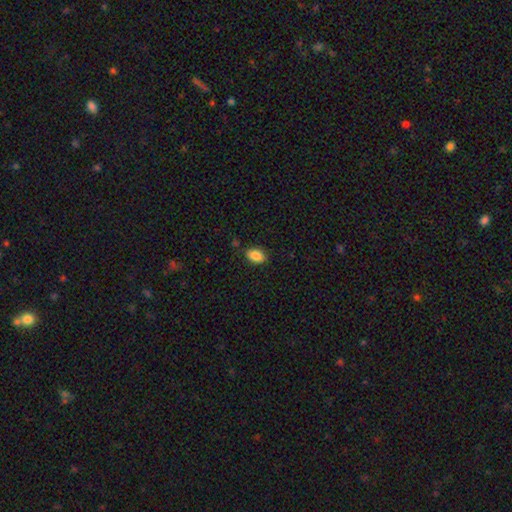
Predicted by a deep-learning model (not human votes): Morphology: type=smooth (88%); roundness=in between (86%); merging=none (82%).